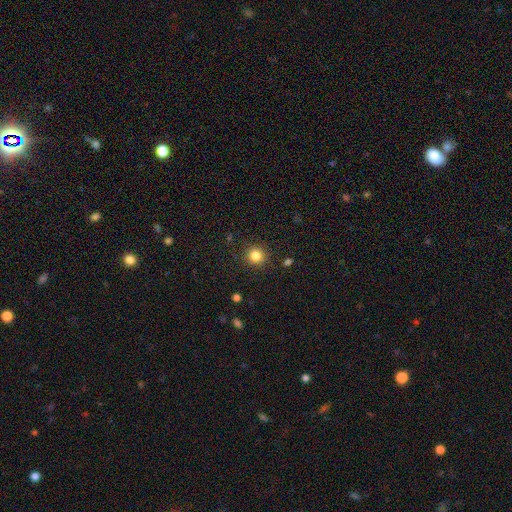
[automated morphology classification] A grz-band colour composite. It shows a smooth galaxy with no disk features (83%) that is round (92%). Merging: none (89%).